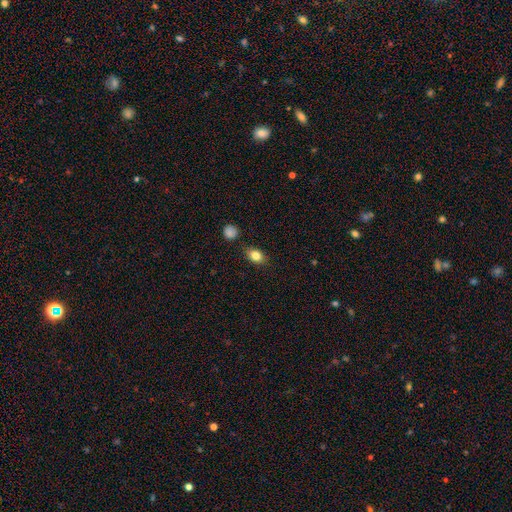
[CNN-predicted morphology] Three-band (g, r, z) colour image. It shows a smooth galaxy with no disk features (83%) that is in between round and cigar-shaped (76%). Merging: none (84%).